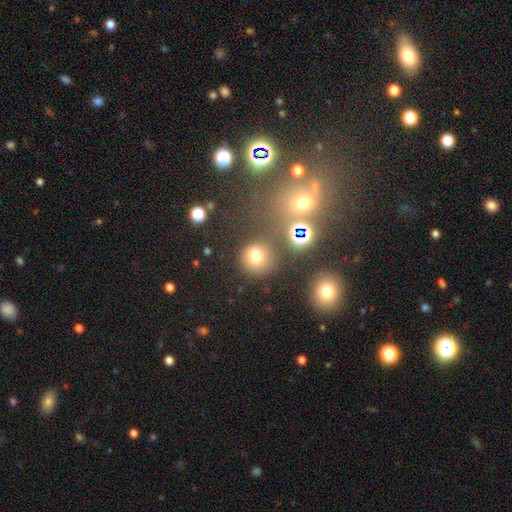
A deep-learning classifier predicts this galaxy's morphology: Q: Smooth or featured?
A: smooth (70%); runner-up: star or artifact (20%)
Q: How rounded?
A: round (89%); runner-up: in between (10%)
Q: Merging?
A: none (76%); runner-up: minor disturbance (11%)